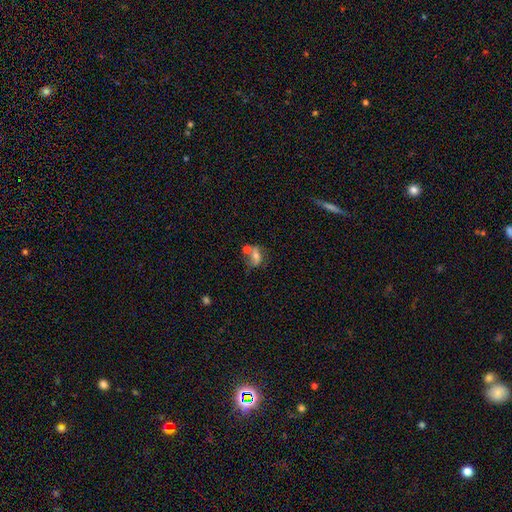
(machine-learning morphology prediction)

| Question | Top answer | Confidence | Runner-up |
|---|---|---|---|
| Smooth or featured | smooth | 51% | featured or disk (36%) |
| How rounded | in between | 67% | round (29%) |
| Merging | none | 36% | merger (35%) |